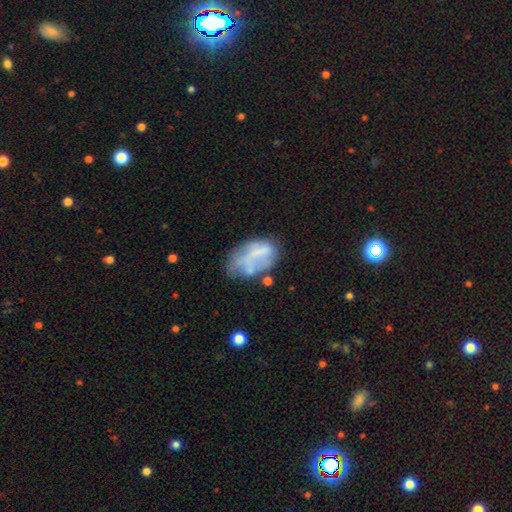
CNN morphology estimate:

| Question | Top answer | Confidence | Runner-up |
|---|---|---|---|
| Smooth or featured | smooth | 50% | featured or disk (40%) |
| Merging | none | 36% | minor disturbance (29%) |